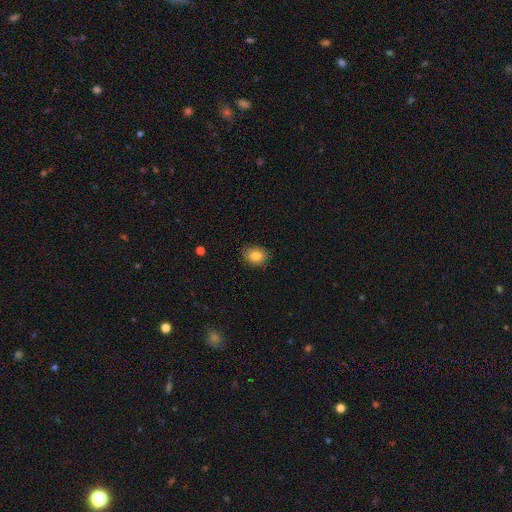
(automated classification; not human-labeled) A smooth galaxy with no disk features (85%) that is in between round and cigar-shaped (53%).

Vote fractions:
- Smooth or featured? smooth: 85% / star or artifact: 9% / featured or disk: 6%
- How rounded? in between: 53% / round: 46% / cigar-shaped: 1%
- Merging? none: 85% / minor disturbance: 12% / major disturbance: 2% / merger: 1%